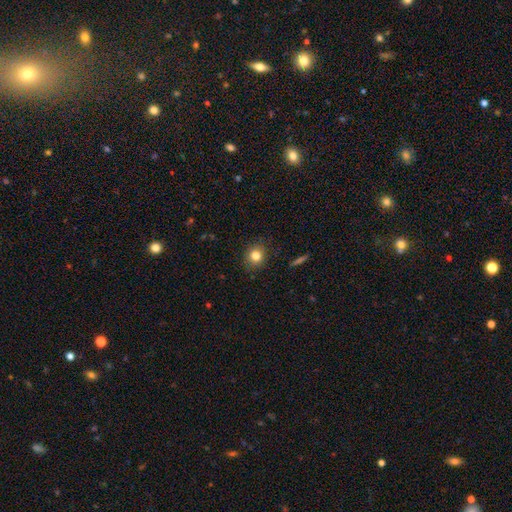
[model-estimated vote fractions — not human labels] Overall: smooth (81%). How rounded: round (82%). Merging: none (88%).